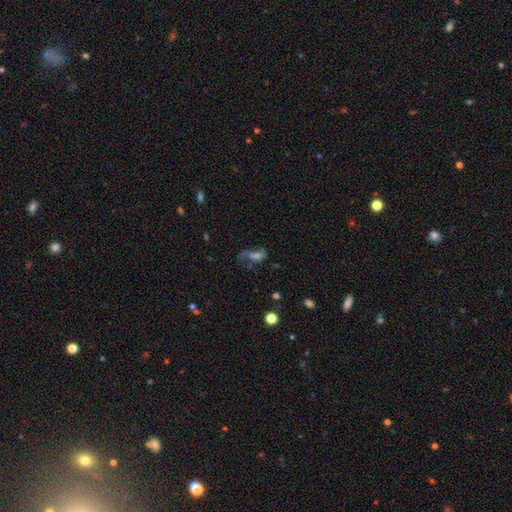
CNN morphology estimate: Smooth or featured? featured or disk (47%)
Merging? none (42%)